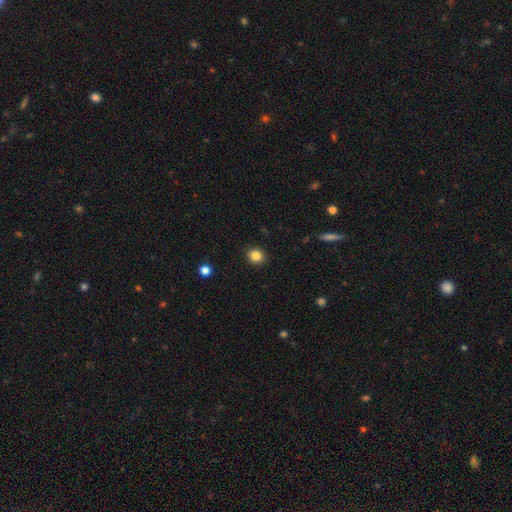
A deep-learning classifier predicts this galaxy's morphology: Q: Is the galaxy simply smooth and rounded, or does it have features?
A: smooth — 84%.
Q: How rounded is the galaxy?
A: round — 82%.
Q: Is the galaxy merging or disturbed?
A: none — 92%.